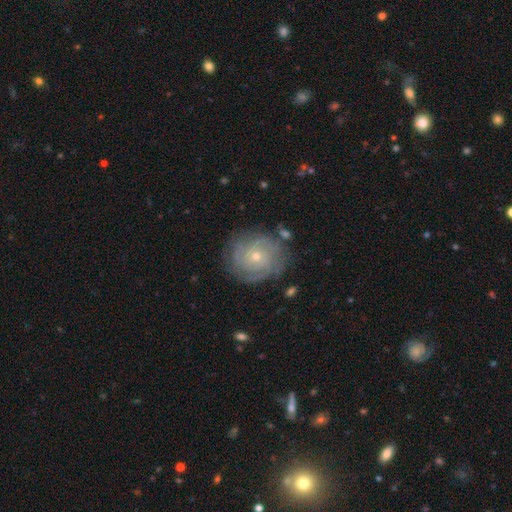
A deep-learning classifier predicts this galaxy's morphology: smooth_or_featured: featured or disk (p=0.62) [alt: smooth p=0.22]
disk_edge_on: no (p=0.96) [alt: yes p=0.04]
bar: no (p=0.80) [alt: weak p=0.17]
has_spiral_arms: yes (p=0.88) [alt: no p=0.12]
spiral_winding: tight (p=0.75) [alt: medium p=0.19]
spiral_arm_count: can't tell (p=0.46) [alt: 3 p=0.16]
bulge_size: small (p=0.62) [alt: moderate p=0.35]
merging: none (p=0.82) [alt: minor disturbance p=0.12]